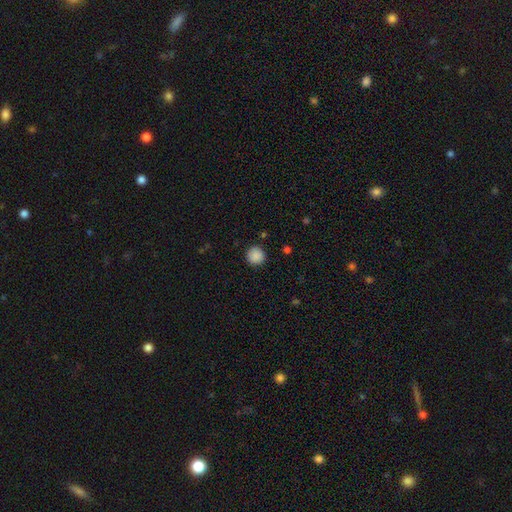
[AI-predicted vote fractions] A smooth galaxy with no disk features (88%) that is round (94%).

Vote fractions:
- Smooth or featured? smooth: 88% / star or artifact: 9% / featured or disk: 3%
- How rounded? round: 94% / in between: 5% / cigar-shaped: 1%
- Merging? none: 90% / minor disturbance: 7% / major disturbance: 2% / merger: 1%